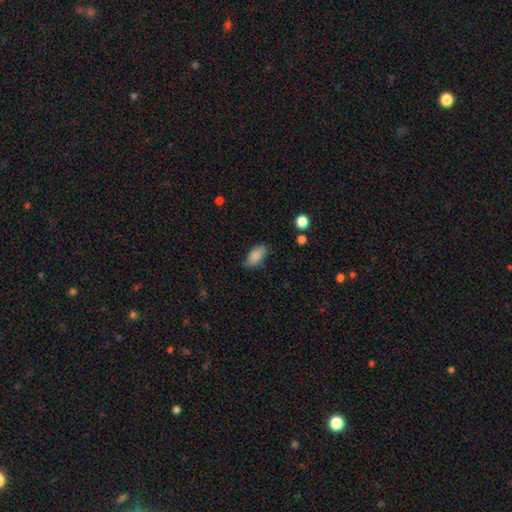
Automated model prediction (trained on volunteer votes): Smooth or featured: smooth — 86% (star or artifact — 8%)
How rounded: in between — 91% (cigar-shaped — 6%)
Merging: none — 72% (minor disturbance — 22%)